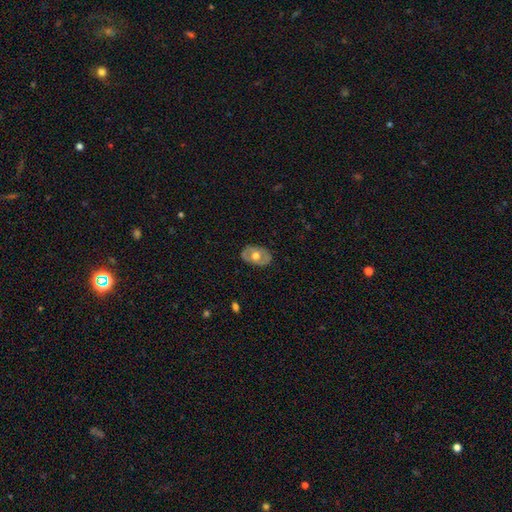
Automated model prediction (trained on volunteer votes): This appears to be a featured or disk galaxy (48%). Merging: none (81%).